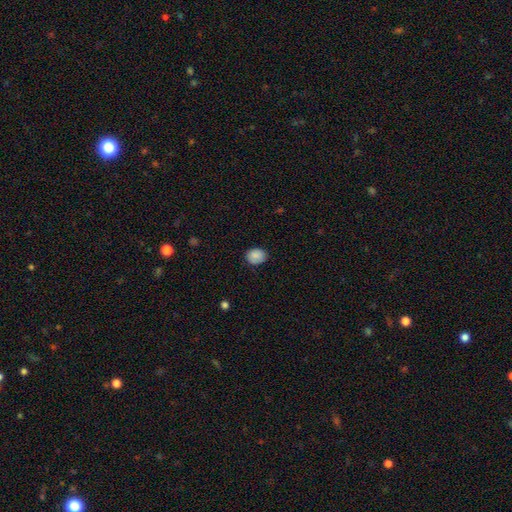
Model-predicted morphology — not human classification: smooth 85%, star or artifact 8%, featured or disk 7%. Down the decision tree: how rounded — round (55%); merging — none (81%).